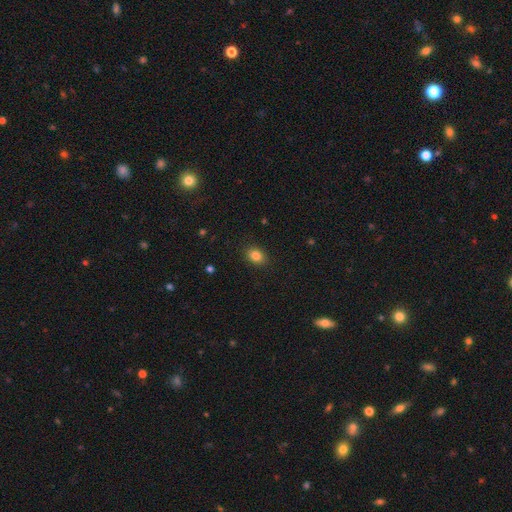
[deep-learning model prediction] A smooth galaxy with no disk features (84%) that is in between round and cigar-shaped (63%). Merging: none (88%).